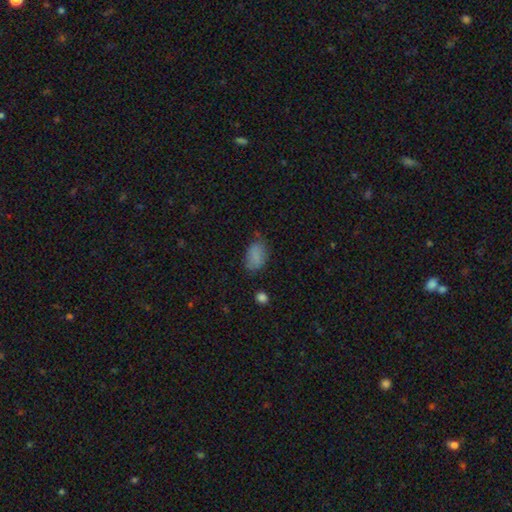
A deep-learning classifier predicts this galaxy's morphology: type=smooth (84%); roundness=in between (88%); merging=none (68%).